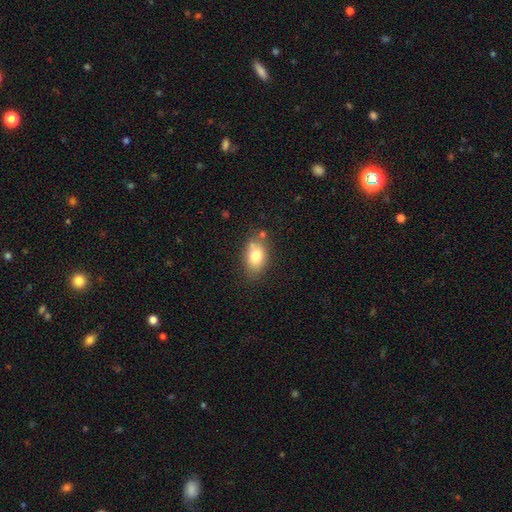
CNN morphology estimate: A smooth galaxy with no disk features (78%) that is in between round and cigar-shaped (83%).

Vote fractions:
- Smooth or featured? smooth: 78% / featured or disk: 14% / star or artifact: 9%
- How rounded? in between: 83% / round: 15% / cigar-shaped: 2%
- Merging? none: 69% / minor disturbance: 18% / merger: 8% / major disturbance: 4%